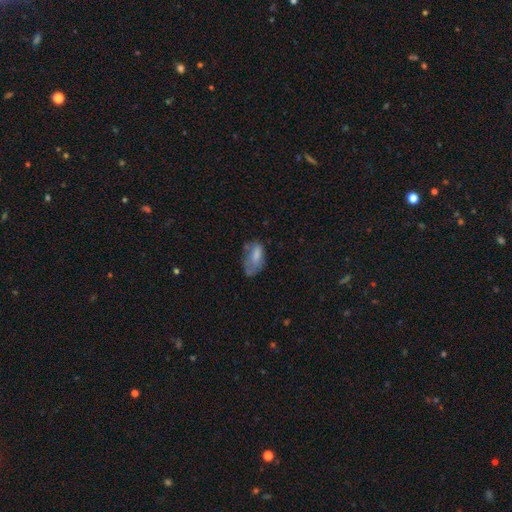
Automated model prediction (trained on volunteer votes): The model was most divided on "merging": none: 35%, minor disturbance: 32%, major disturbance: 28%, merger: 5%. More confident: how rounded — in between (90%); smooth or featured — smooth (69%).